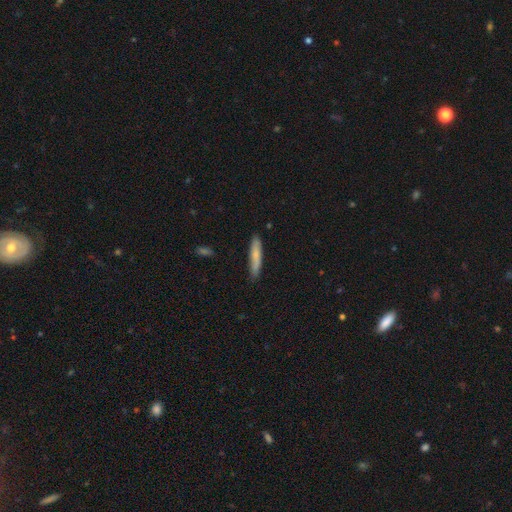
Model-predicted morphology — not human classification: Smooth or featured?
  - smooth: 76% *
  - featured or disk: 18%
  - star or artifact: 6%
How rounded?
  - cigar-shaped: 89% *
  - in between: 10%
  - round: 1%
Merging?
  - none: 84% *
  - minor disturbance: 13%
  - major disturbance: 2%
  - merger: 1%